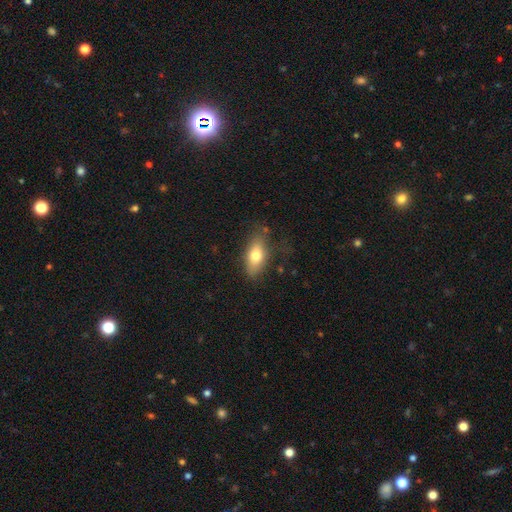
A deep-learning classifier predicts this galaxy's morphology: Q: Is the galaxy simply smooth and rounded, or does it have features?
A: smooth — 73%.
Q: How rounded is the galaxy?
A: in between — 80%.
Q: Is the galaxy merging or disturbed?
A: none — 72%.